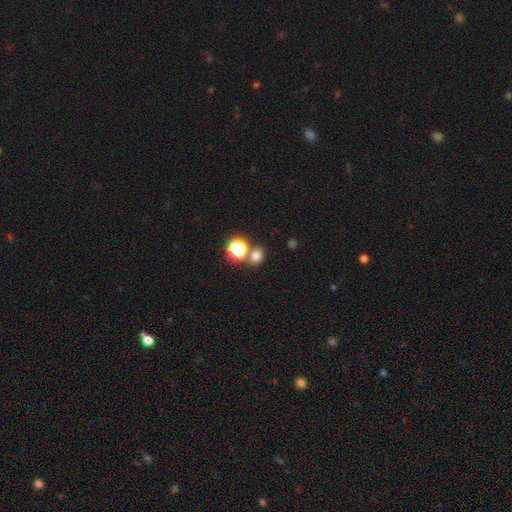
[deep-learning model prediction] Q: Smooth or featured?
A: smooth (72%); runner-up: star or artifact (21%)
Q: How rounded?
A: round (68%); runner-up: in between (31%)
Q: Merging?
A: none (67%); runner-up: merger (22%)